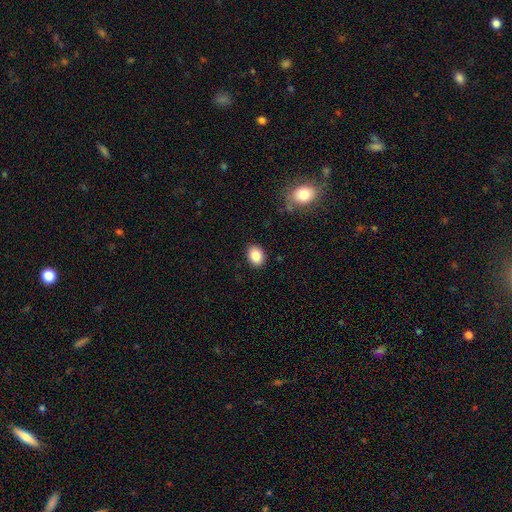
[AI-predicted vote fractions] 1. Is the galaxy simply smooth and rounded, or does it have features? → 86% smooth, 9% star or artifact, 6% featured or disk.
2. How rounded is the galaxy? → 63% in between, 36% round, 1% cigar-shaped.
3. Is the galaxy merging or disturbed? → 89% none, 8% minor disturbance, 2% major disturbance, 1% merger.